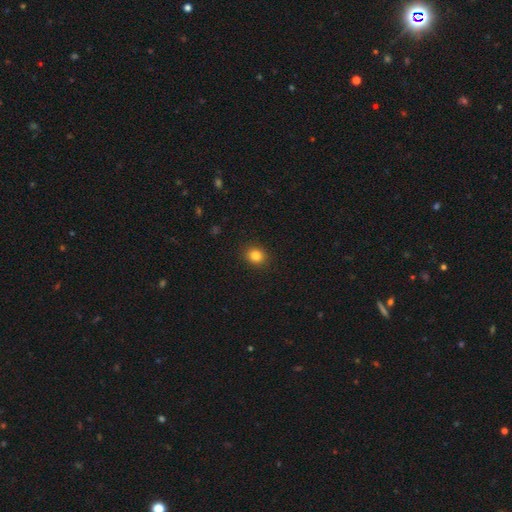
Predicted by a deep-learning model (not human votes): This is clearly a smooth galaxy (83%). How rounded: likely round (73%). Merging: clearly none (90%).